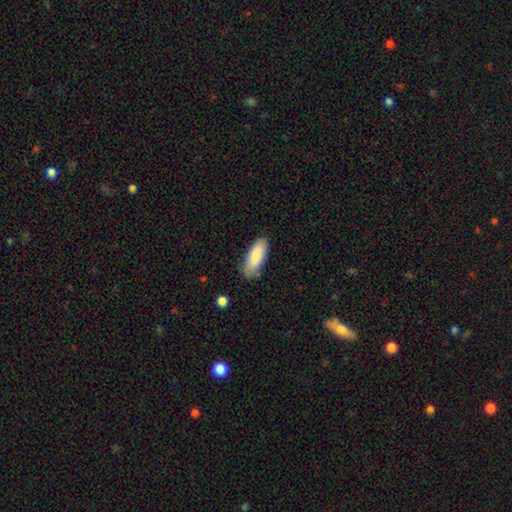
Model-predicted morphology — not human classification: Smooth or featured?
  - smooth: 86% *
  - featured or disk: 9%
  - star or artifact: 6%
How rounded?
  - in between: 77% *
  - cigar-shaped: 22%
  - round: 2%
Merging?
  - none: 80% *
  - minor disturbance: 16%
  - major disturbance: 3%
  - merger: 2%